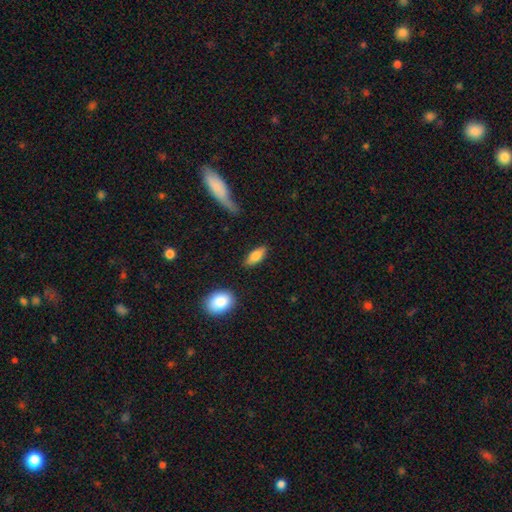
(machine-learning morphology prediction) Smooth or featured? Predicted: smooth (p=0.77). How rounded? Predicted: in between (p=0.79). Merging? Predicted: none (p=0.83).